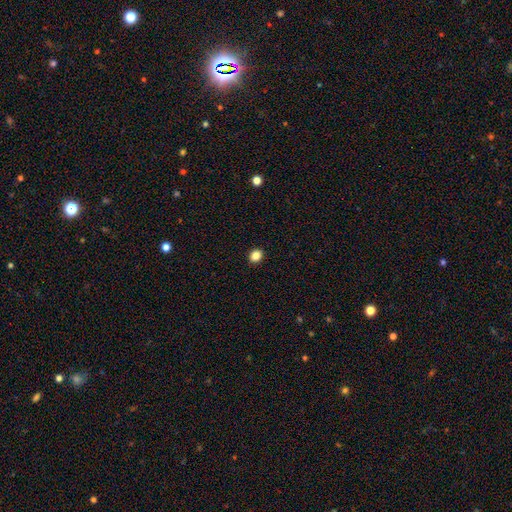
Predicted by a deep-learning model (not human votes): Smooth or featured? Predicted: smooth (p=0.86). How rounded? Predicted: round (p=0.64). Merging? Predicted: none (p=0.92).